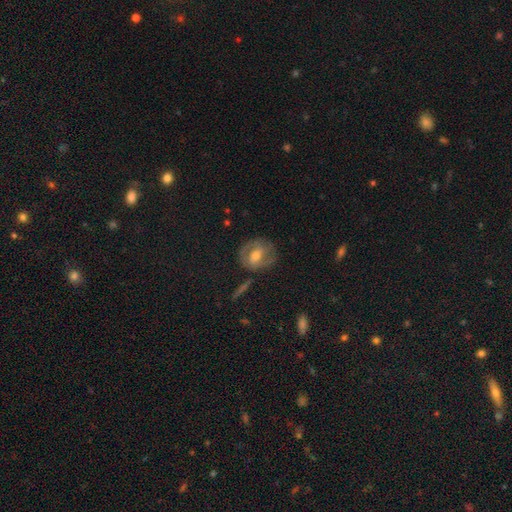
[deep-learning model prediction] smooth_or_featured: featured or disk (p=0.60) [alt: smooth p=0.32]
disk_edge_on: no (p=0.94) [alt: yes p=0.06]
bar: weak (p=0.42) [alt: no p=0.34]
has_spiral_arms: yes (p=0.70) [alt: no p=0.30]
bulge_size: moderate (p=0.63) [alt: small p=0.30]
merging: none (p=0.70) [alt: minor disturbance p=0.18]